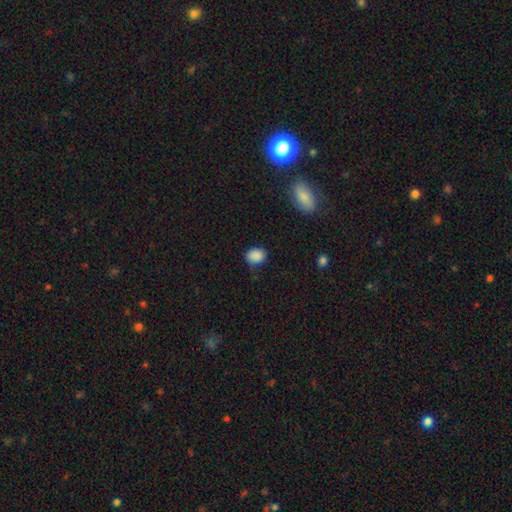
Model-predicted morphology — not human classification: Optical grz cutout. It shows a smooth galaxy with no disk features (87%) that is round (50%). Merging: none (73%).